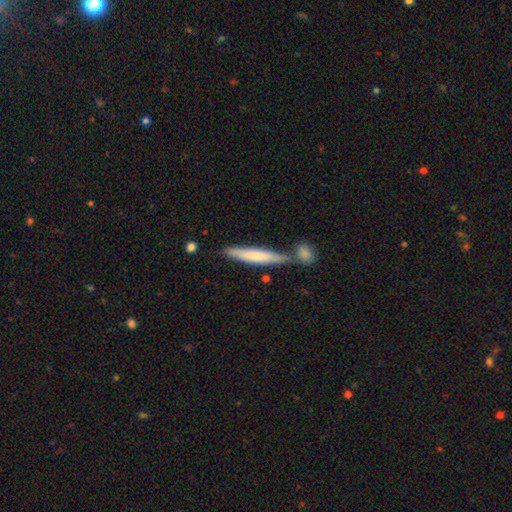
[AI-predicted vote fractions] Smooth or featured: smooth — 66% (featured or disk — 29%)
How rounded: cigar-shaped — 92% (in between — 7%)
Merging: none — 63% (merger — 21%)